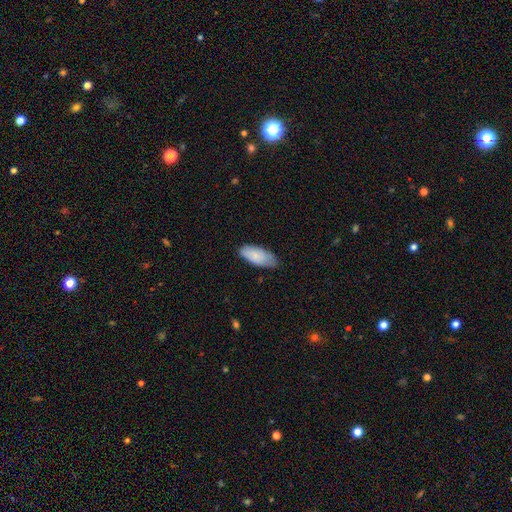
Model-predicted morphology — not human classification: Overall: smooth (81%). How rounded: in between (89%). Merging: none (68%).